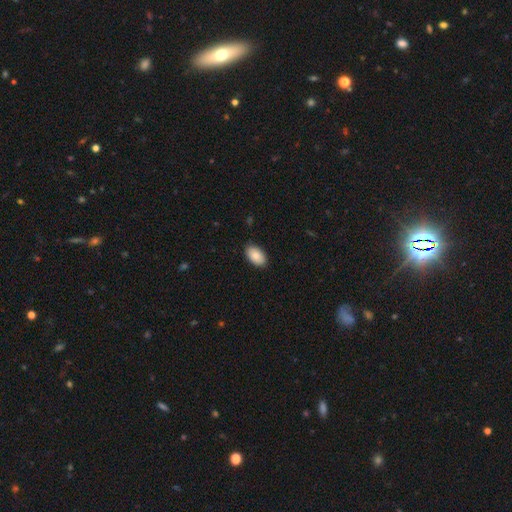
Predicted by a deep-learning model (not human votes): This is clearly a smooth galaxy (87%). How rounded: clearly in between (94%). Merging: clearly none (88%).